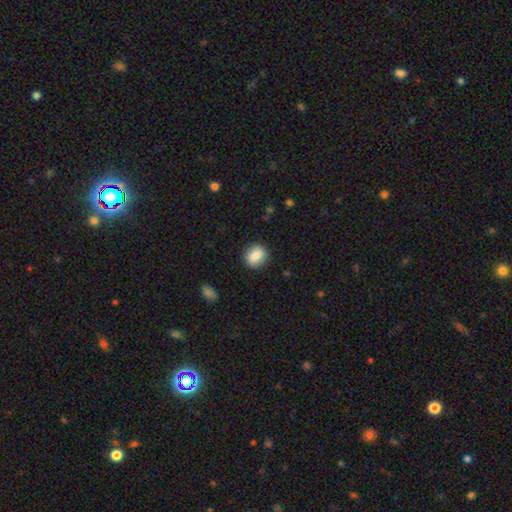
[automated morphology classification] This is clearly a smooth galaxy (84%). How rounded: likely round (68%). Merging: clearly none (87%).